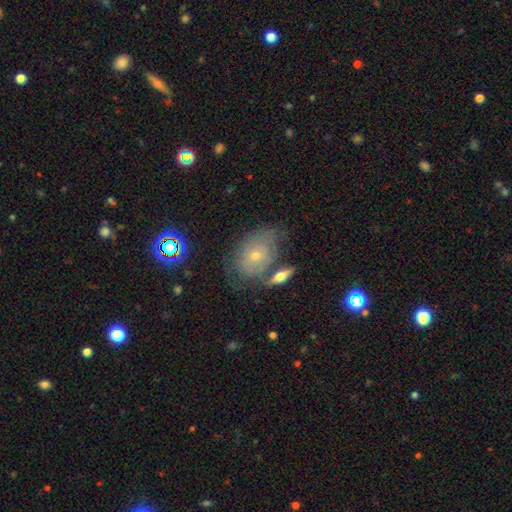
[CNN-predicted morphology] Q: Smooth or featured?
A: smooth (47%); runner-up: featured or disk (40%)
Q: Merging?
A: none (53%); runner-up: minor disturbance (23%)